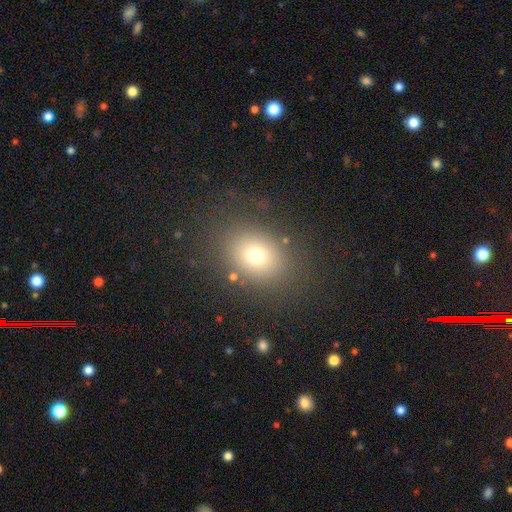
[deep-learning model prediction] Overall: smooth (71%). How rounded: in between (51%; round 48%). Merging: none (81%).